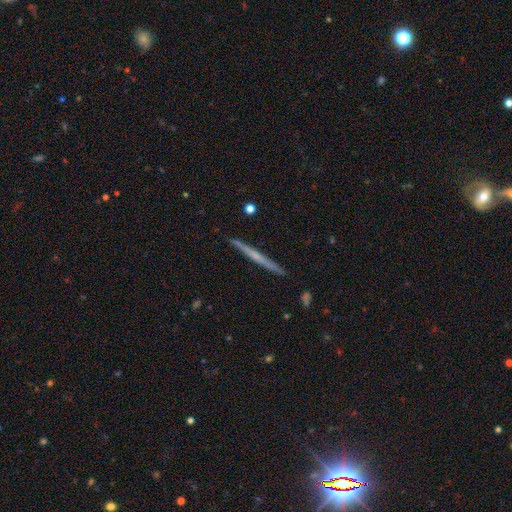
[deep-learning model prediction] This appears to be a featured or disk galaxy (62%) viewed edge-on (98%) with no central bulge (67%). Merging: none (92%).